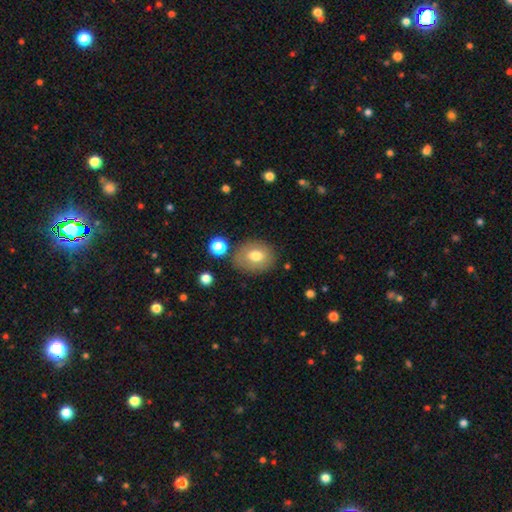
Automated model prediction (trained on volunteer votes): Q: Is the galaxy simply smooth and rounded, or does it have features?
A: smooth — 74%.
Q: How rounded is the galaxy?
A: round — 52%.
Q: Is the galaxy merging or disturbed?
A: none — 77%.